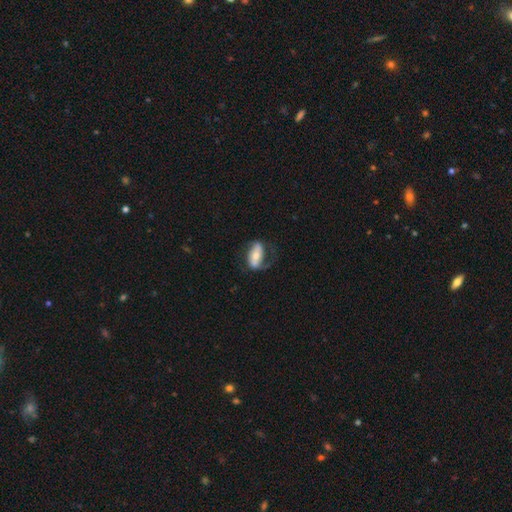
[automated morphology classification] Smooth or featured? featured or disk (60%)
Edge-on disk? no (90%)
Bar? strong (47%)
Spiral arms? yes (77%)
Bulge size? moderate (53%)
Merging? none (54%)